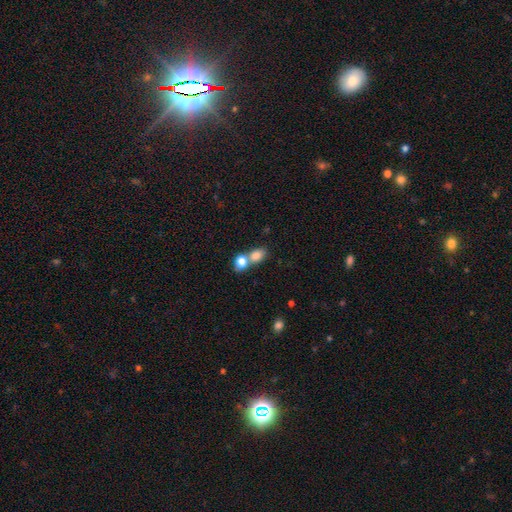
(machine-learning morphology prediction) Smooth or featured? Predicted: smooth (p=0.81). How rounded? Predicted: in between (p=0.65). Merging? Predicted: merger (p=0.57).